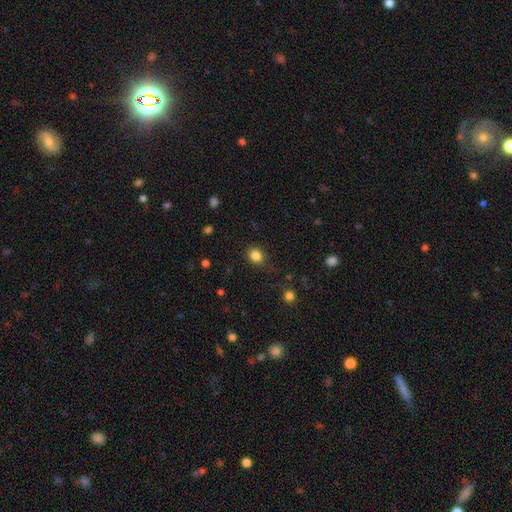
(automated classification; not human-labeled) A smooth galaxy with no disk features (84%) that is round (63%). Merging: none (81%).